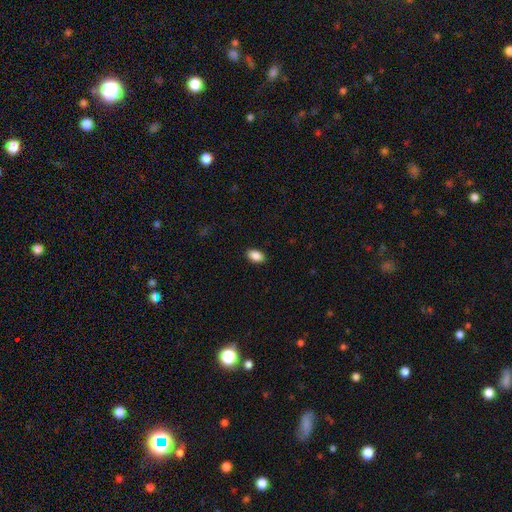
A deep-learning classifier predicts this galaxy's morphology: This is clearly a smooth galaxy (88%). How rounded: clearly in between (91%). Merging: clearly none (89%).